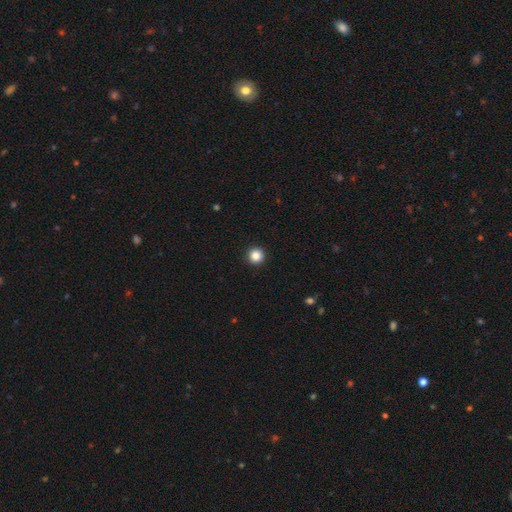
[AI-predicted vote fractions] The model was most divided on "smooth or featured": smooth: 86%, star or artifact: 10%, featured or disk: 4%. More confident: how rounded — round (96%); merging — none (94%).